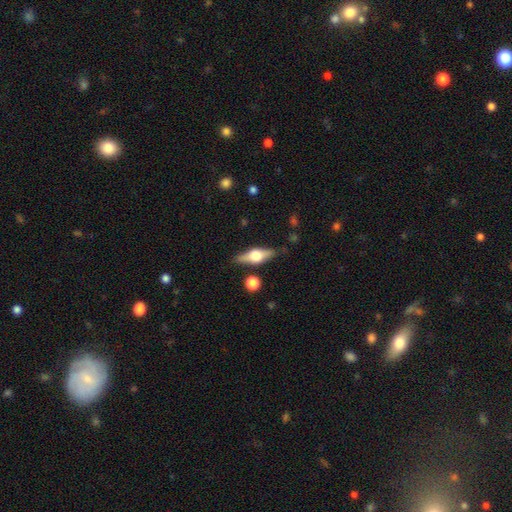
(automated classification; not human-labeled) smooth_or_featured: featured or disk (p=0.62) [alt: smooth p=0.31]
disk_edge_on: yes (p=0.94) [alt: no p=0.06]
edge_on_bulge: rounded (p=0.93) [alt: boxy p=0.05]
merging: none (p=0.83) [alt: minor disturbance p=0.11]